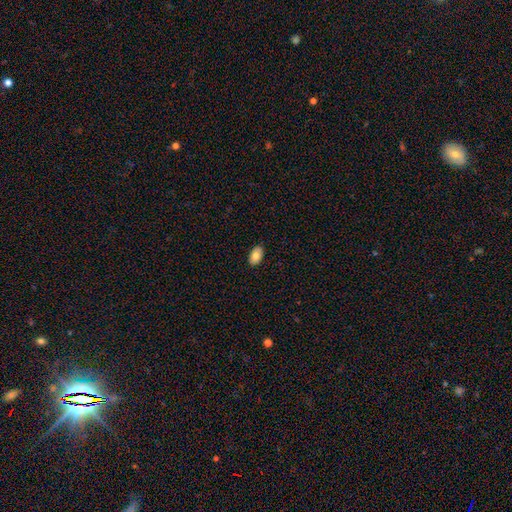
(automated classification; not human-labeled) This appears to be a smooth galaxy with no disk features (83%) that is in between round and cigar-shaped (94%). Merging: none (89%).